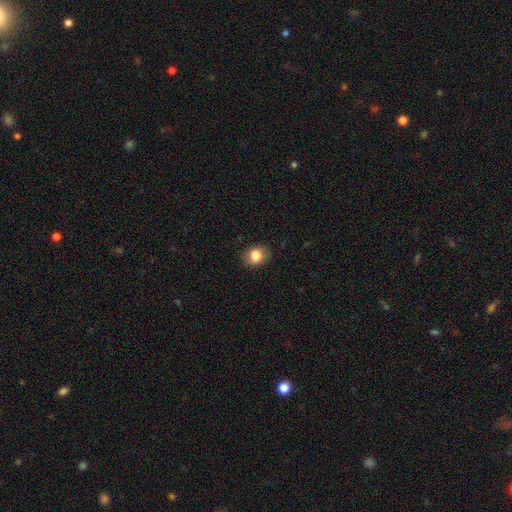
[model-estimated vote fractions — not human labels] smooth 83%, star or artifact 9%, featured or disk 7%. Down the decision tree: how rounded — in between (51%); merging — none (86%).